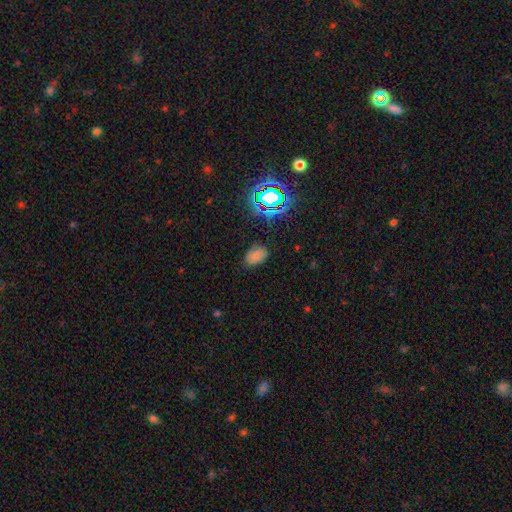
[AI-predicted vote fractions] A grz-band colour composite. It shows a smooth galaxy with no disk features (70%) that is in between round and cigar-shaped (86%). Merging: none (80%).